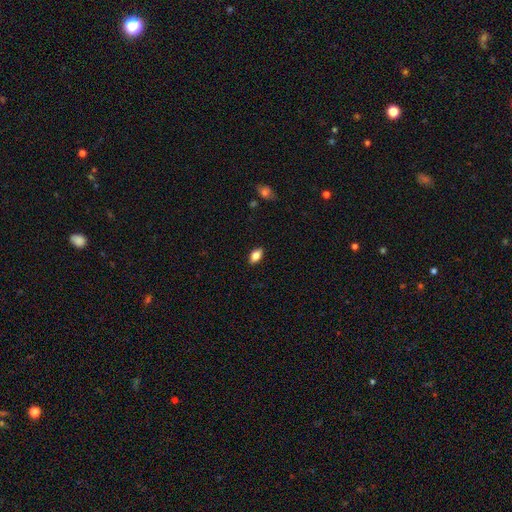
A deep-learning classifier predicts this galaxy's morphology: Smooth or featured?
  - smooth: 79% *
  - featured or disk: 13%
  - star or artifact: 8%
How rounded?
  - in between: 90% *
  - cigar-shaped: 6%
  - round: 5%
Merging?
  - none: 88% *
  - minor disturbance: 9%
  - major disturbance: 2%
  - merger: 1%